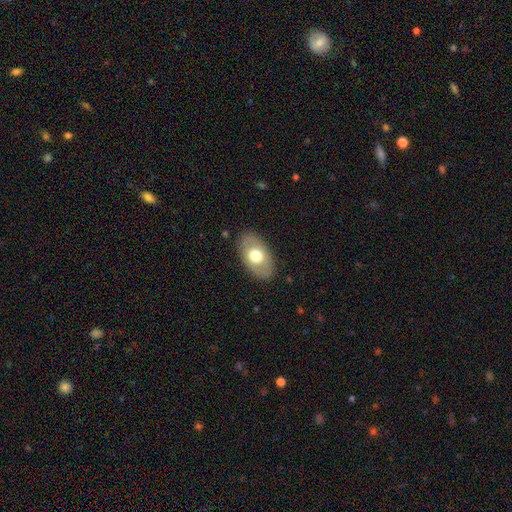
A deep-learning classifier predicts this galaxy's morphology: Smooth or featured? Predicted: smooth (p=0.59). How rounded? Predicted: in between (p=0.91). Merging? Predicted: none (p=0.84).